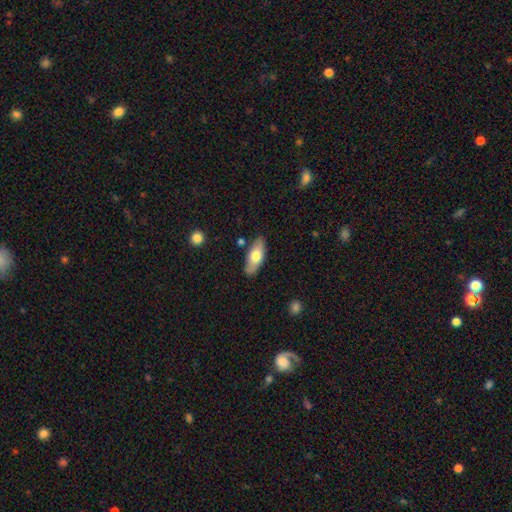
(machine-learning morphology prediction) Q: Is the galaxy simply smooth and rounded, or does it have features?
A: smooth — 66%.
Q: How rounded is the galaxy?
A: in between — 81%.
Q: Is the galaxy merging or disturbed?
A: none — 83%.